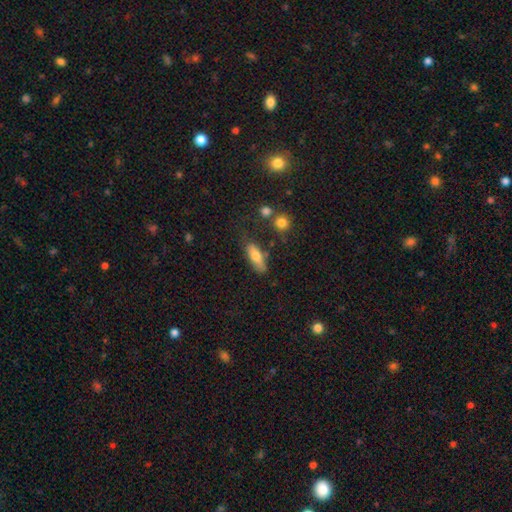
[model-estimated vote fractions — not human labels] Smooth or featured? Predicted: smooth (p=0.71). How rounded? Predicted: in between (p=0.62). Merging? Predicted: none (p=0.66).